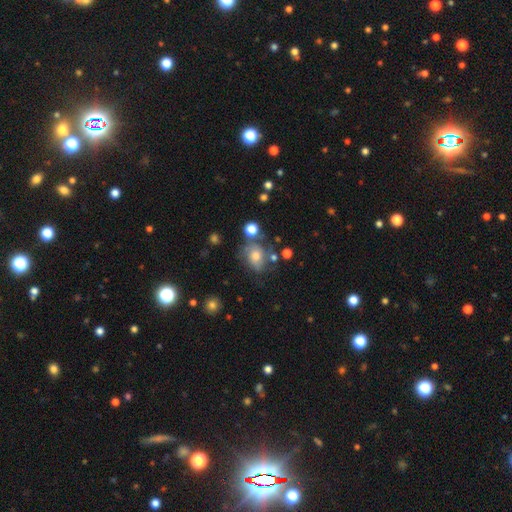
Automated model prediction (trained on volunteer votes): smooth 50%, featured or disk 35%, star or artifact 14%. Down the decision tree: how rounded — round (58%); merging — none (54%).